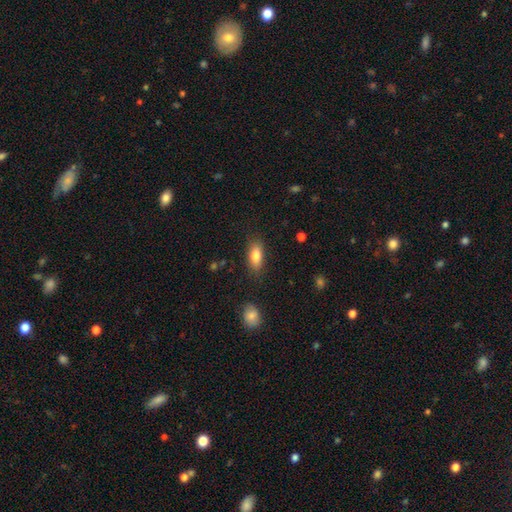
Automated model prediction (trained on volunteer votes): Overall: smooth (82%). How rounded: in between (84%). Merging: none (83%).